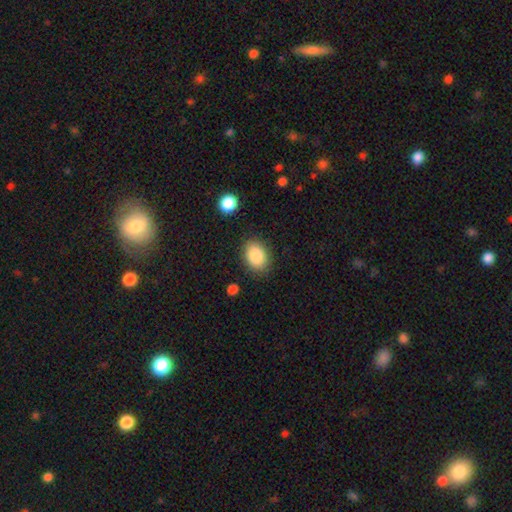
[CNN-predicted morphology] Smooth or featured?
  - smooth: 87% *
  - star or artifact: 7%
  - featured or disk: 6%
How rounded?
  - in between: 76% *
  - round: 23%
  - cigar-shaped: 1%
Merging?
  - none: 84% *
  - minor disturbance: 11%
  - major disturbance: 3%
  - merger: 2%